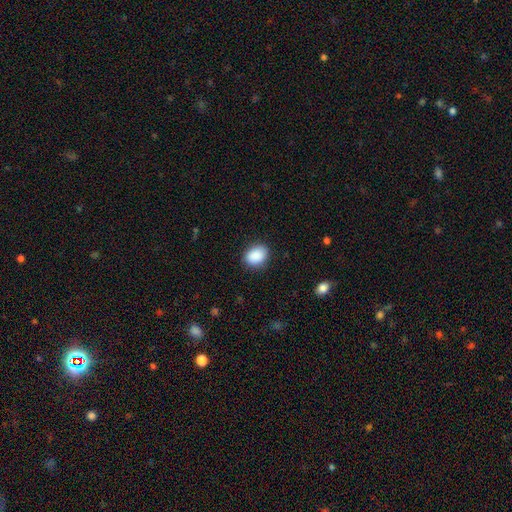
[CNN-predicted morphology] Smooth or featured? Predicted: smooth (p=0.90). How rounded? Predicted: in between (p=0.71). Merging? Predicted: none (p=0.86).